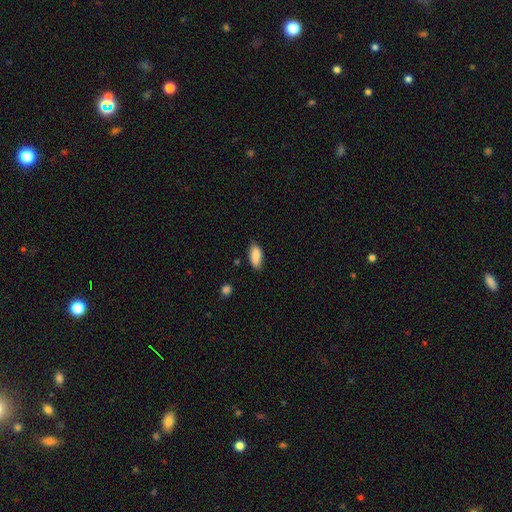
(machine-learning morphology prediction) A smooth galaxy with no disk features (87%) that is in between round and cigar-shaped (83%).

Vote fractions:
- Smooth or featured? smooth: 87% / star or artifact: 7% / featured or disk: 6%
- How rounded? in between: 83% / cigar-shaped: 15% / round: 2%
- Merging? none: 79% / minor disturbance: 17% / major disturbance: 3% / merger: 2%